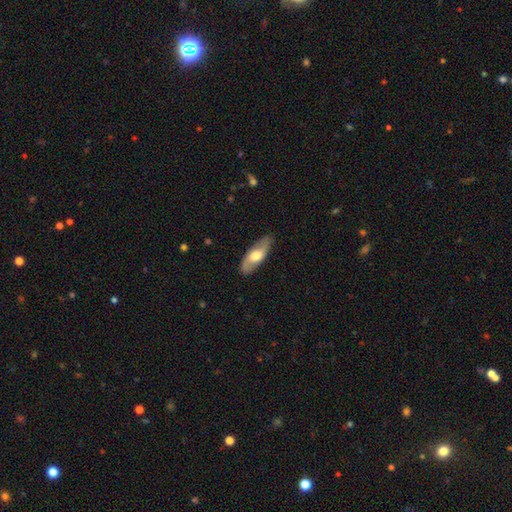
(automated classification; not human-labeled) featured or disk 49%, smooth 46%, star or artifact 5%. Down the decision tree: merging — none (84%).